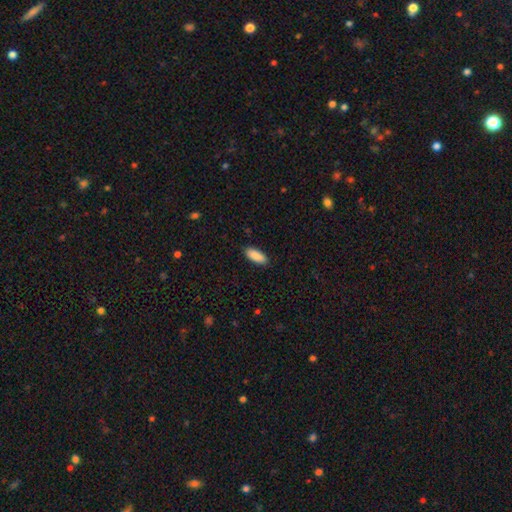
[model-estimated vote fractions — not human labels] Smooth or featured? Predicted: smooth (p=0.91). How rounded? Predicted: in between (p=0.79). Merging? Predicted: none (p=0.89).